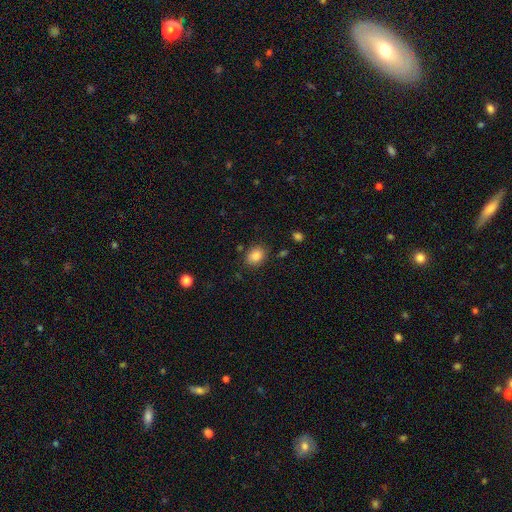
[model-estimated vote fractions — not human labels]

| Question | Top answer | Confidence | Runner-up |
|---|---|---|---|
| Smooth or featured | smooth | 85% | star or artifact (9%) |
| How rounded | in between | 60% | round (39%) |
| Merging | none | 83% | minor disturbance (11%) |